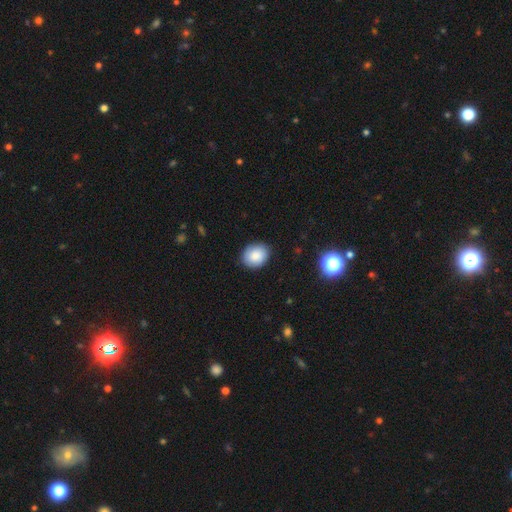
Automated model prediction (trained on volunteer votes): A smooth galaxy with no disk features (86%) that is round (56%). Merging: none (86%).